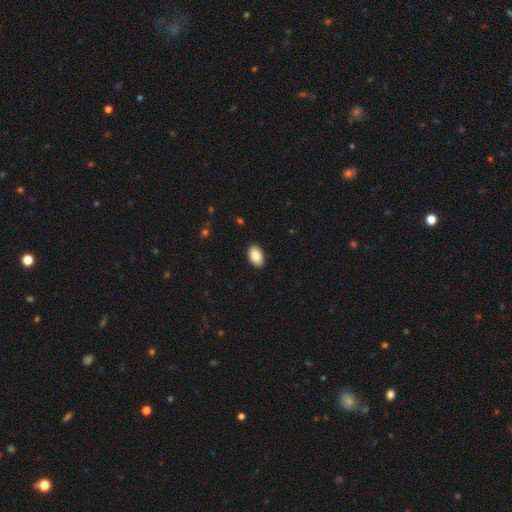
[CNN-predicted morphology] Smooth or featured? Predicted: smooth (p=0.87). How rounded? Predicted: in between (p=0.93). Merging? Predicted: none (p=0.90).